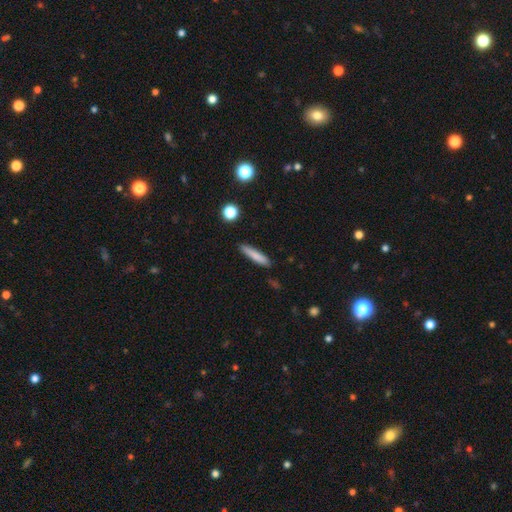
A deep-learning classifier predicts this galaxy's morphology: Q: Smooth or featured?
A: smooth (80%); runner-up: featured or disk (12%)
Q: How rounded?
A: cigar-shaped (87%); runner-up: in between (12%)
Q: Merging?
A: none (86%); runner-up: minor disturbance (10%)